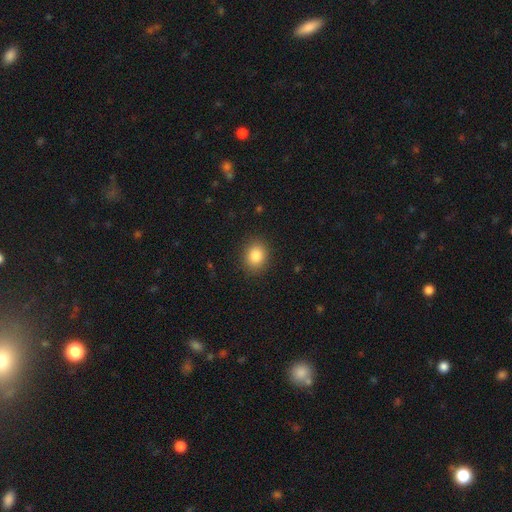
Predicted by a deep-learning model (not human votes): Smooth or featured: smooth — 84% (star or artifact — 10%)
How rounded: round — 63% (in between — 36%)
Merging: none — 89% (minor disturbance — 8%)